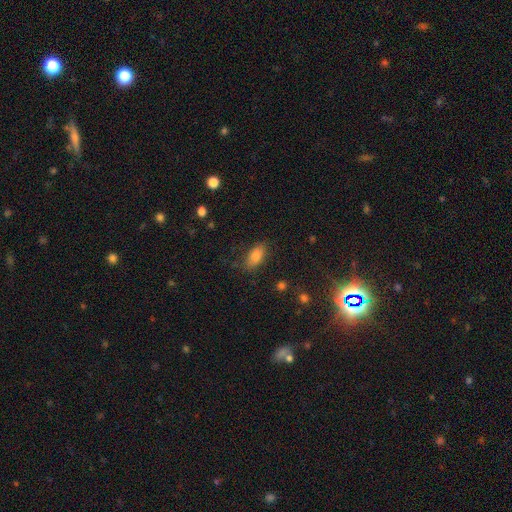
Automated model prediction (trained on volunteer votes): smooth 78%, star or artifact 13%, featured or disk 9%. Down the decision tree: how rounded — in between (86%); merging — none (77%).